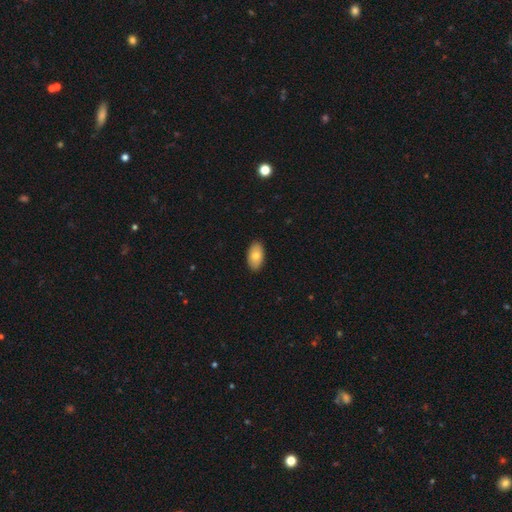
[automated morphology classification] smooth_or_featured: smooth (p=0.78) [alt: featured or disk p=0.15]
how_rounded: in between (p=0.94) [alt: round p=0.04]
merging: none (p=0.89) [alt: minor disturbance p=0.09]